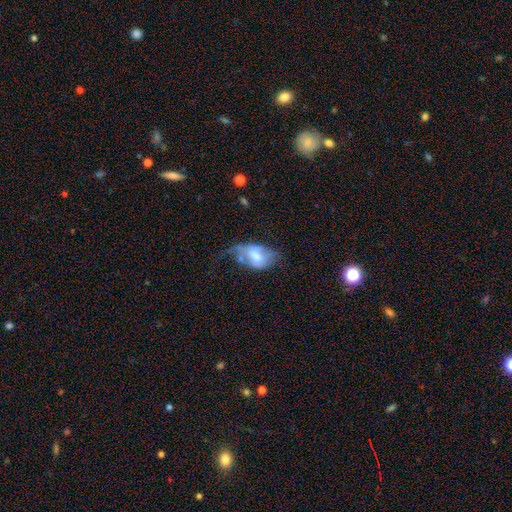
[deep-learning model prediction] Morphology: type=smooth (51%); roundness=in between (88%); merging=major disturbance (37%).